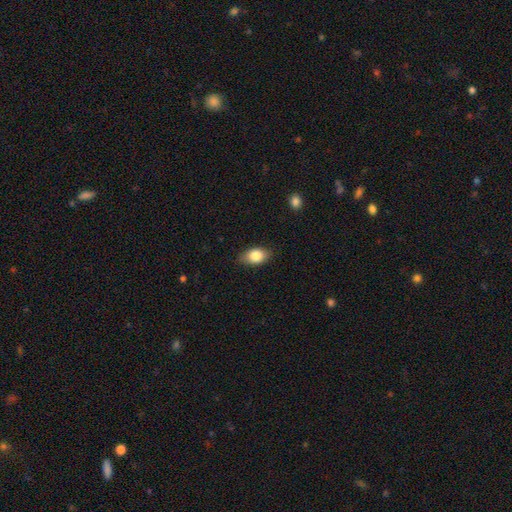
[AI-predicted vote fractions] The model was most divided on "merging": none: 84%, minor disturbance: 13%, major disturbance: 2%, merger: 1%. More confident: how rounded — in between (86%); smooth or featured — smooth (83%).